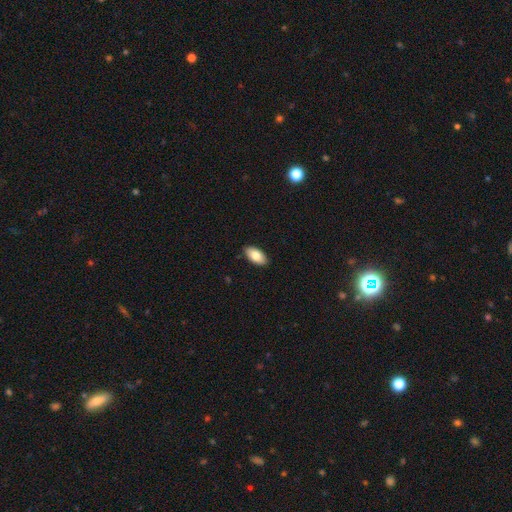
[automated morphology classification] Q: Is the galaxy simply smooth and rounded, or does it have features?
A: smooth — 82%.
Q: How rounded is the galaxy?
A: in between — 94%.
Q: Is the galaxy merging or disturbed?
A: none — 89%.